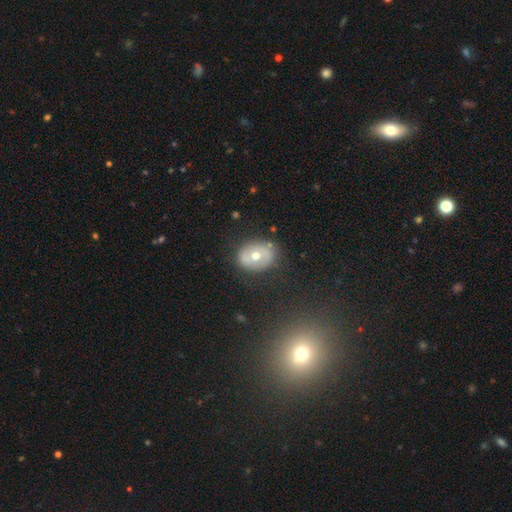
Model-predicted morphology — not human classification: Smooth or featured? Predicted: featured or disk (p=0.47). Merging? Predicted: none (p=0.78).